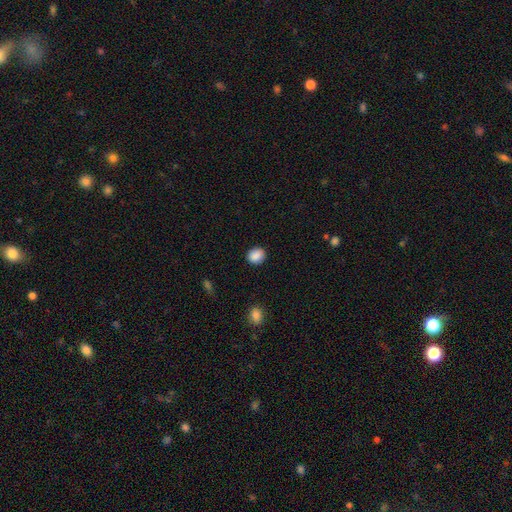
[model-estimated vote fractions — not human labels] A smooth galaxy with no disk features (89%) that is round (66%).

Vote fractions:
- Smooth or featured? smooth: 89% / star or artifact: 8% / featured or disk: 3%
- How rounded? round: 66% / in between: 33% / cigar-shaped: 1%
- Merging? none: 89% / minor disturbance: 7% / major disturbance: 2% / merger: 1%